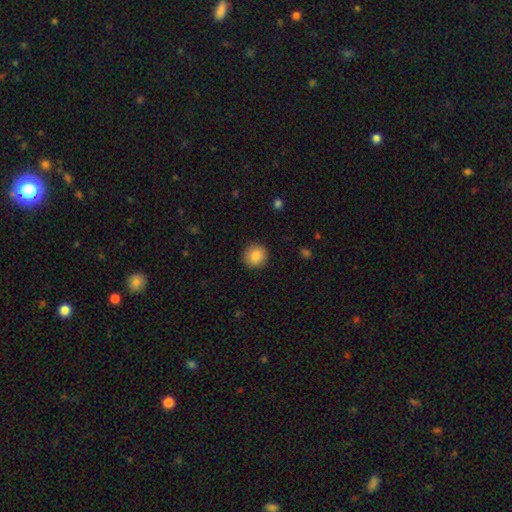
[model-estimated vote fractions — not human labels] The model was most divided on "smooth or featured": smooth: 88%, star or artifact: 8%, featured or disk: 5%. More confident: how rounded — round (91%); merging — none (91%).